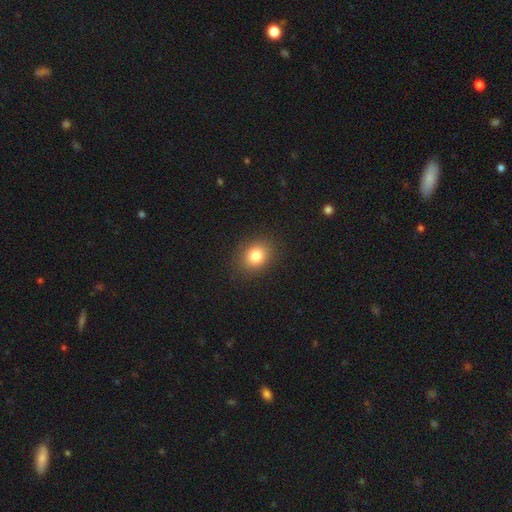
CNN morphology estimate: type=smooth (81%); roundness=round (59%); merging=none (89%).